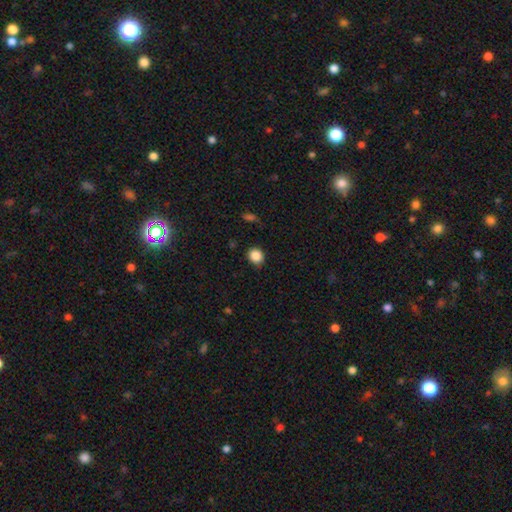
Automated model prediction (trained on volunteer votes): The model was most divided on "how rounded": round: 76%, in between: 24%, cigar-shaped: 1%. More confident: smooth or featured — smooth (87%); merging — none (86%).